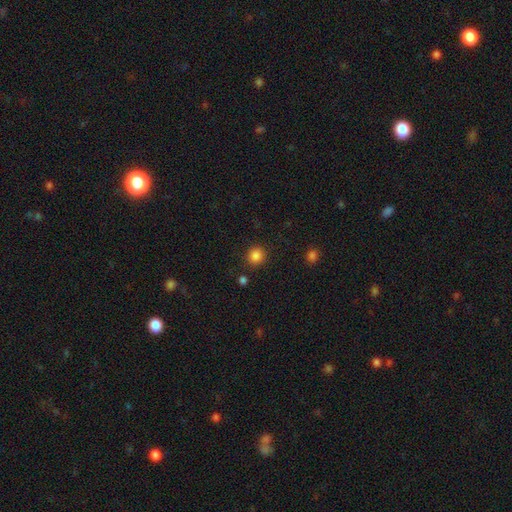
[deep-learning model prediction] This appears to be a smooth galaxy with no disk features (85%) that is round (89%). Merging: none (88%).